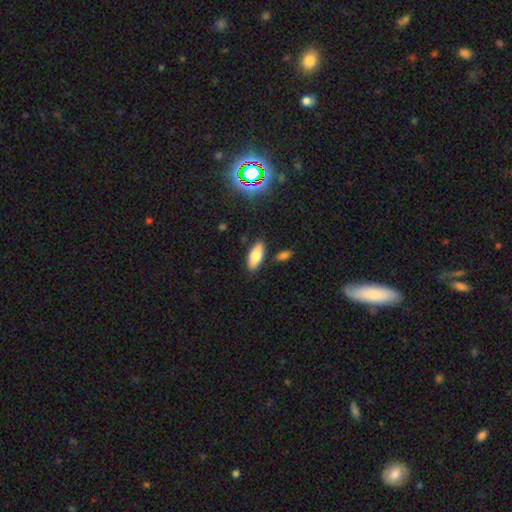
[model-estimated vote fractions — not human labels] Overall: smooth (74%). How rounded: in between (79%). Merging: none (84%).